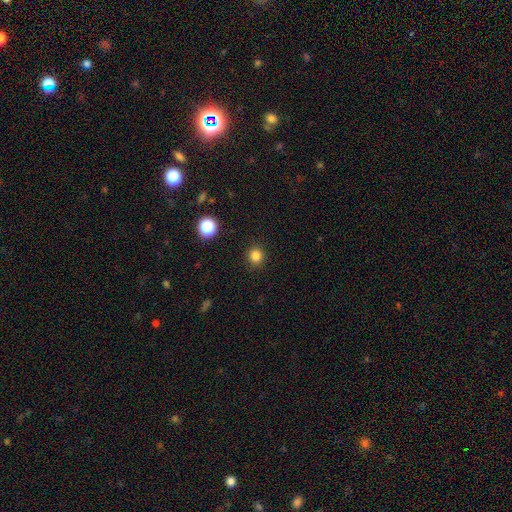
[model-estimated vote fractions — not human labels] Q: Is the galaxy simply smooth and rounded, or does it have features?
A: smooth — 82%.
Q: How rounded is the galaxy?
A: round — 92%.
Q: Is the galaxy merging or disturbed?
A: none — 92%.